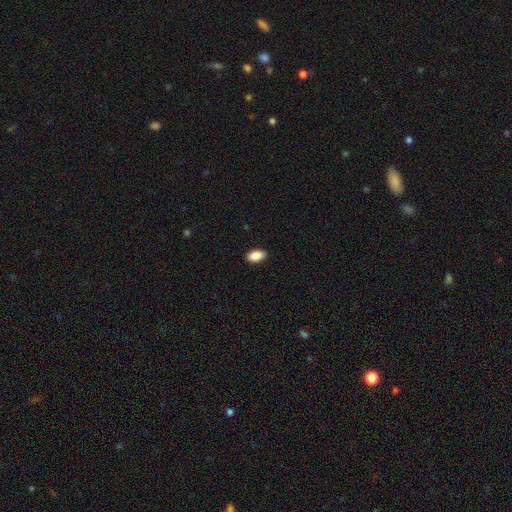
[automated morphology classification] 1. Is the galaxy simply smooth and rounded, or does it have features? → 89% smooth, 7% star or artifact, 4% featured or disk.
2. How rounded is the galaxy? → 93% in between, 4% round, 3% cigar-shaped.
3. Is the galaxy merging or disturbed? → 90% none, 7% minor disturbance, 2% major disturbance, 1% merger.